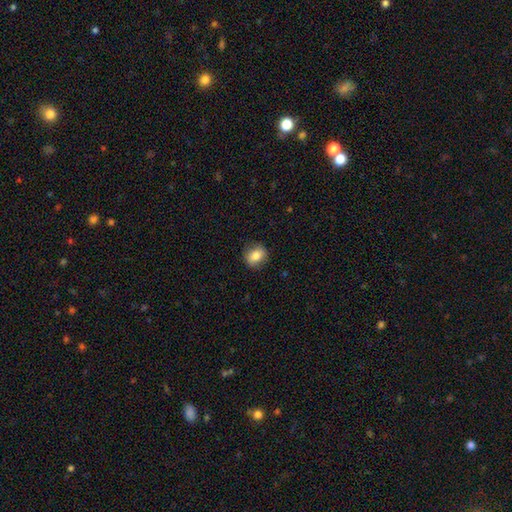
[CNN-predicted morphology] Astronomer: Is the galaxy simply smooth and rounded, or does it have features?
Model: smooth — 80%.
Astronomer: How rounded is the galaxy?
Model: round — 65%.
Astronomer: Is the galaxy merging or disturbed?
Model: none — 87%.